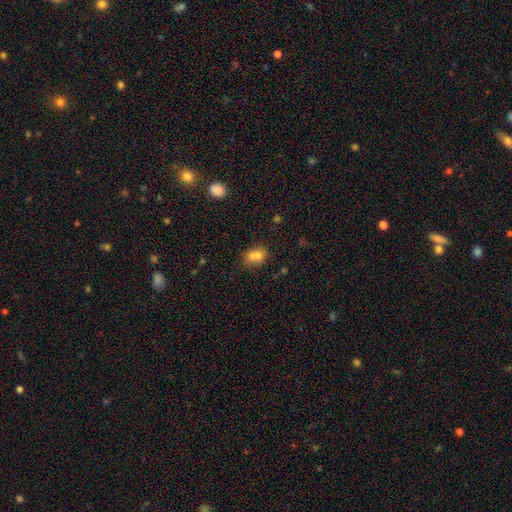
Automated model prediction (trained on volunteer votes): Smooth or featured? Predicted: smooth (p=0.70). How rounded? Predicted: round (p=0.60). Merging? Predicted: merger (p=0.59).